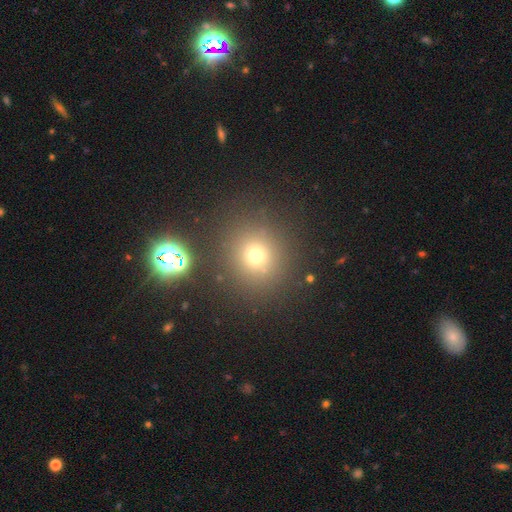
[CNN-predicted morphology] Overall: smooth (68%). How rounded: round (90%). Merging: none (84%).